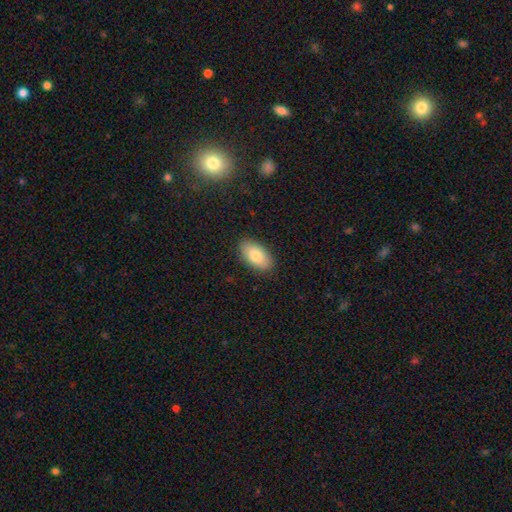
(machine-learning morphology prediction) Q: Smooth or featured?
A: smooth (81%); runner-up: featured or disk (13%)
Q: How rounded?
A: in between (94%); runner-up: round (3%)
Q: Merging?
A: none (88%); runner-up: minor disturbance (9%)